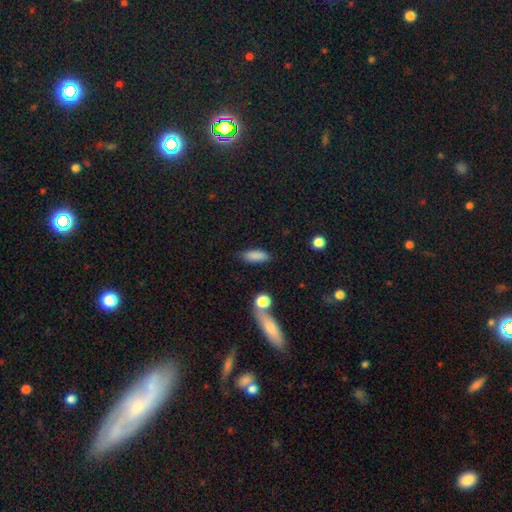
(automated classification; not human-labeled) smooth-or-featured: smooth: 86% | star or artifact: 8% | featured or disk: 6%
  how-rounded: in between: 67% | cigar-shaped: 29% | round: 3%
  merging: none: 77% | minor disturbance: 13% | merger: 6% | major disturbance: 4%